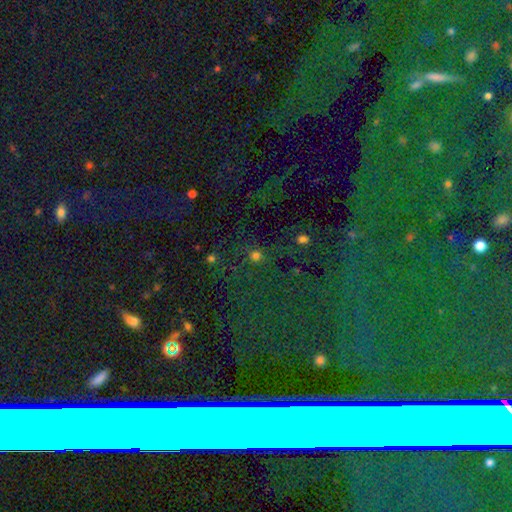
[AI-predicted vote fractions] Smooth or featured: smooth — 59% (star or artifact — 34%)
How rounded: round — 90% (in between — 9%)
Merging: none — 78% (minor disturbance — 11%)